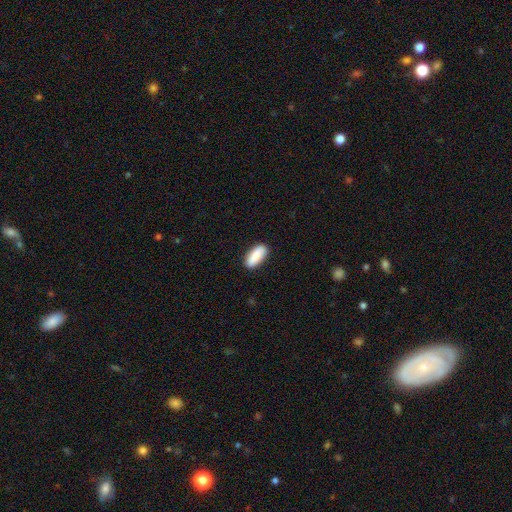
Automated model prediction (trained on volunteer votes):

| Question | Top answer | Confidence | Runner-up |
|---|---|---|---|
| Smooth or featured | smooth | 88% | star or artifact (6%) |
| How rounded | in between | 80% | cigar-shaped (18%) |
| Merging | none | 87% | minor disturbance (10%) |